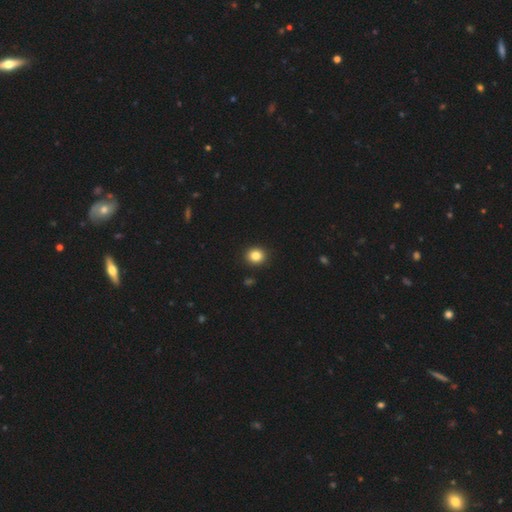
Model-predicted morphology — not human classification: A smooth galaxy with no disk features (84%) that is round (82%).

Vote fractions:
- Smooth or featured? smooth: 84% / star or artifact: 11% / featured or disk: 5%
- How rounded? round: 82% / in between: 17% / cigar-shaped: 1%
- Merging? none: 92% / minor disturbance: 5% / major disturbance: 2% / merger: 1%